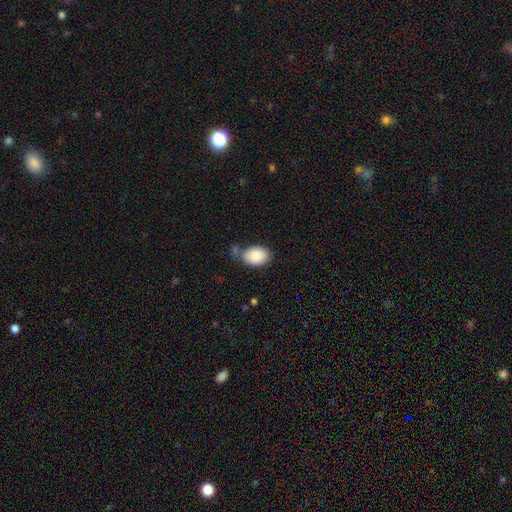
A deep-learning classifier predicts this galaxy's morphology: type=smooth (87%); roundness=in between (85%); merging=none (63%).